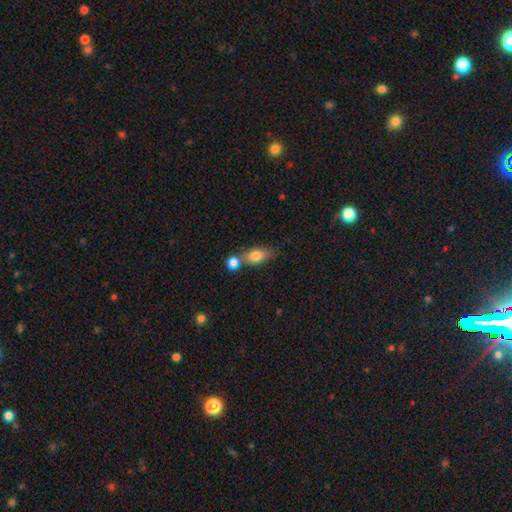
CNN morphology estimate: Smooth or featured? Predicted: smooth (p=0.77). How rounded? Predicted: in between (p=0.71). Merging? Predicted: none (p=0.45).